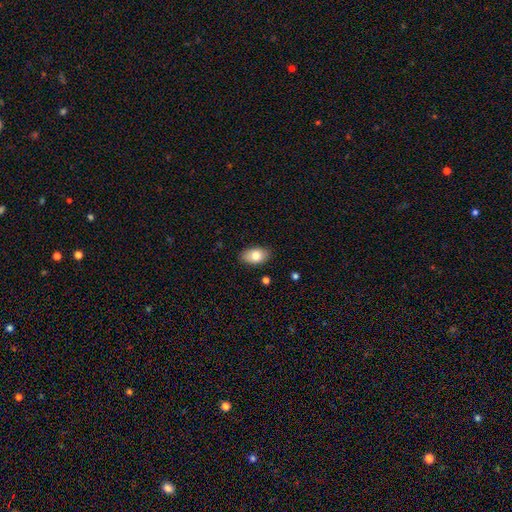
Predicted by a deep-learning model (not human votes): smooth-or-featured: smooth: 80% | featured or disk: 13% | star or artifact: 7%
  how-rounded: in between: 91% | round: 8% | cigar-shaped: 1%
  merging: none: 85% | minor disturbance: 12% | major disturbance: 2% | merger: 1%